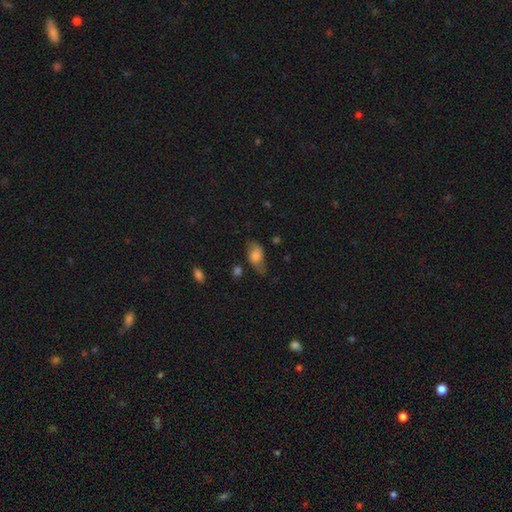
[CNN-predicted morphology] Smooth or featured?
  - smooth: 67% *
  - featured or disk: 24%
  - star or artifact: 9%
How rounded?
  - in between: 87% *
  - round: 9%
  - cigar-shaped: 4%
Merging?
  - none: 50% *
  - minor disturbance: 33%
  - major disturbance: 14%
  - merger: 3%